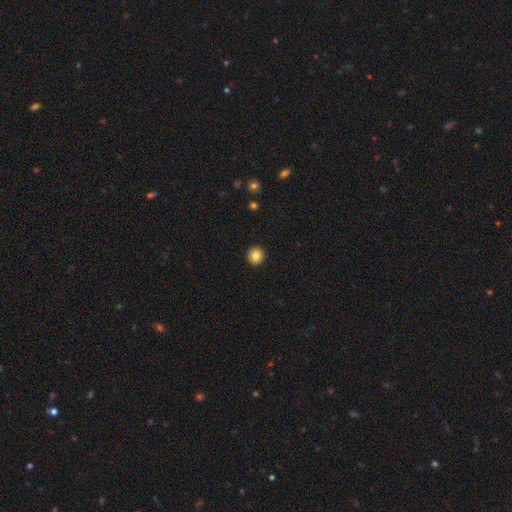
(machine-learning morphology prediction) smooth 85%, star or artifact 10%, featured or disk 6%. Down the decision tree: how rounded — round (93%); merging — none (93%).